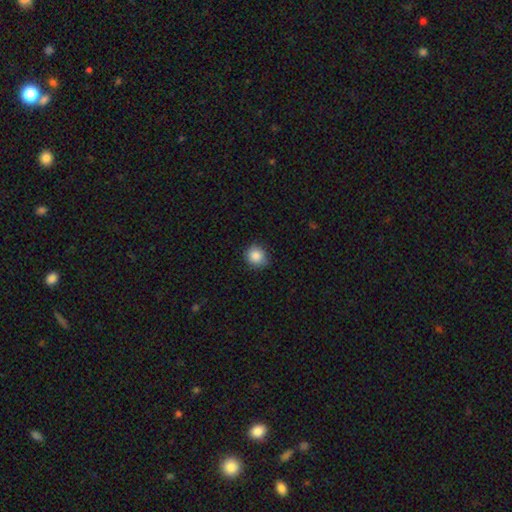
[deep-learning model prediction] This appears to be a smooth galaxy with no disk features (87%) that is round (86%). Merging: none (81%).